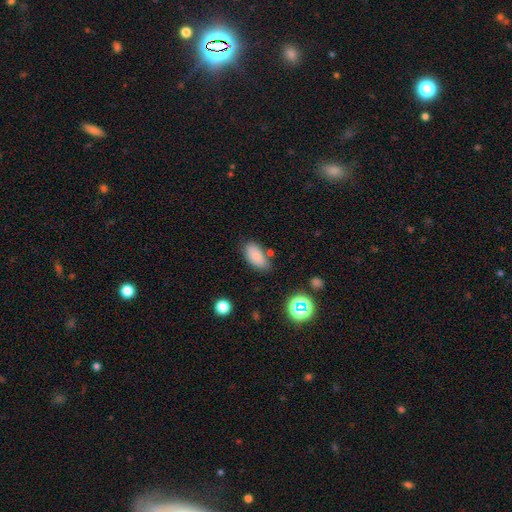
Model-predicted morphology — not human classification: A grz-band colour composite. It shows a smooth galaxy with no disk features (82%) that is in between round and cigar-shaped (92%). Merging: none (72%).